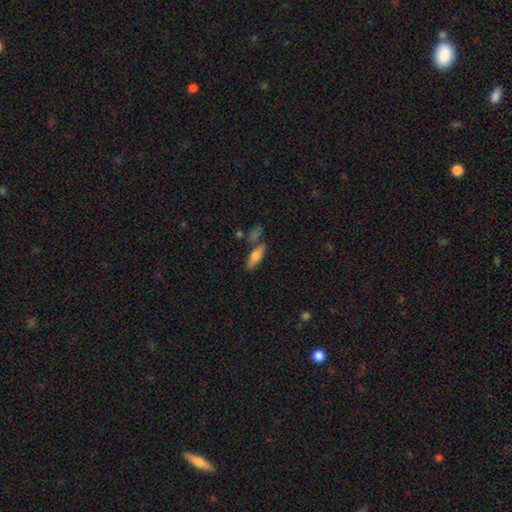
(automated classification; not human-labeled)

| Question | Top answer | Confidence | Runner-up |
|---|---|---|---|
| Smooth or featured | smooth | 65% | featured or disk (27%) |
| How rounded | in between | 52% | cigar-shaped (45%) |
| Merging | none | 66% | minor disturbance (15%) |